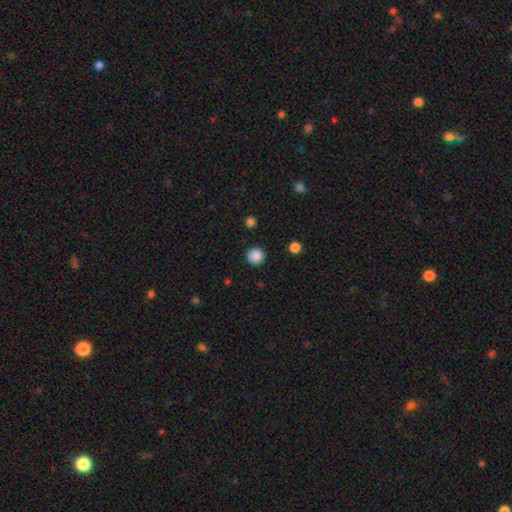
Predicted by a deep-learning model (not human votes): A smooth galaxy with no disk features (87%) that is round (94%).

Vote fractions:
- Smooth or featured? smooth: 87% / star or artifact: 10% / featured or disk: 3%
- How rounded? round: 94% / in between: 5% / cigar-shaped: 1%
- Merging? none: 90% / minor disturbance: 6% / major disturbance: 2% / merger: 1%